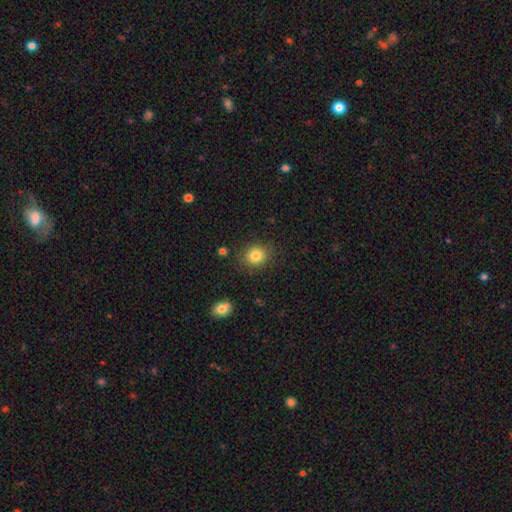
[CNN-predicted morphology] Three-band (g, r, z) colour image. It shows a smooth galaxy with no disk features (83%) that is round (70%). Merging: none (85%).